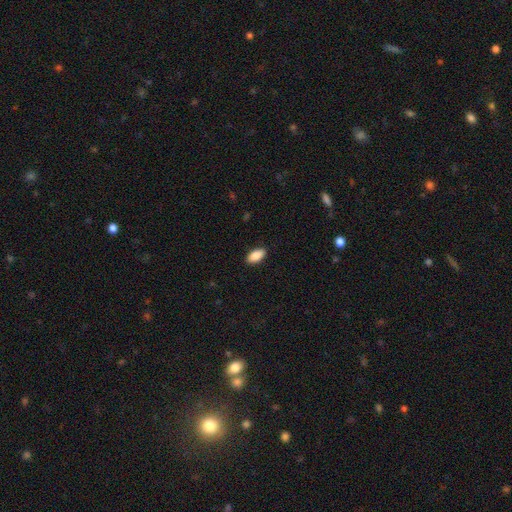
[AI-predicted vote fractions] Overall: smooth (89%). How rounded: in between (92%). Merging: none (89%).